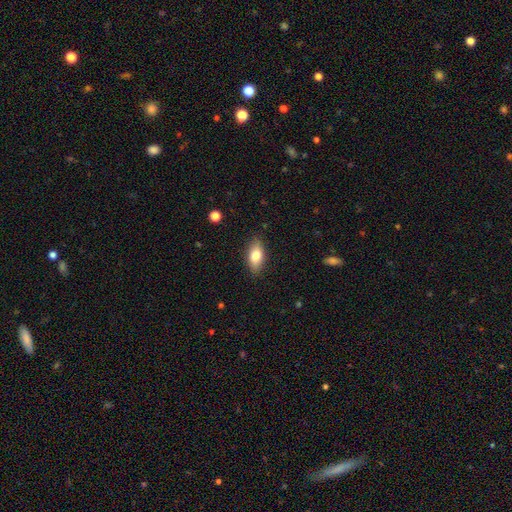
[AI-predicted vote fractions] smooth_or_featured: smooth (p=0.76) [alt: featured or disk p=0.17]
how_rounded: in between (p=0.84) [alt: cigar-shaped p=0.11]
merging: none (p=0.85) [alt: minor disturbance p=0.11]